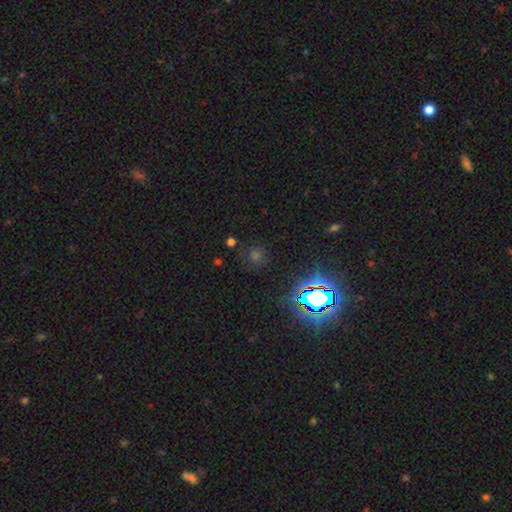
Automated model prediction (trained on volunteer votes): smooth_or_featured: star or artifact (p=0.54) [alt: smooth p=0.37]